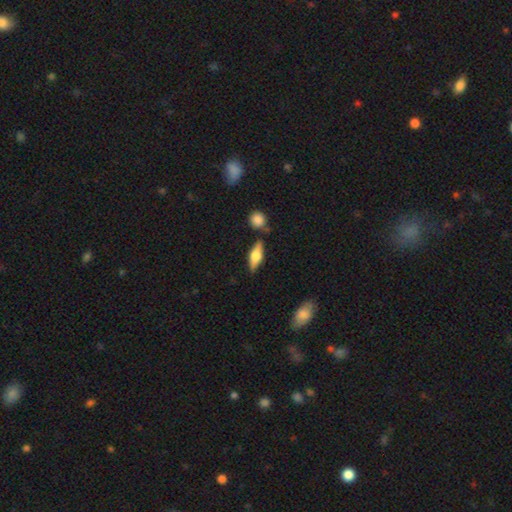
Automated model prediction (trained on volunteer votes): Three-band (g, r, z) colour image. It shows a featured or disk galaxy (55%) viewed edge-on (93%) with a rounded central bulge (88%). Merging: none (79%).